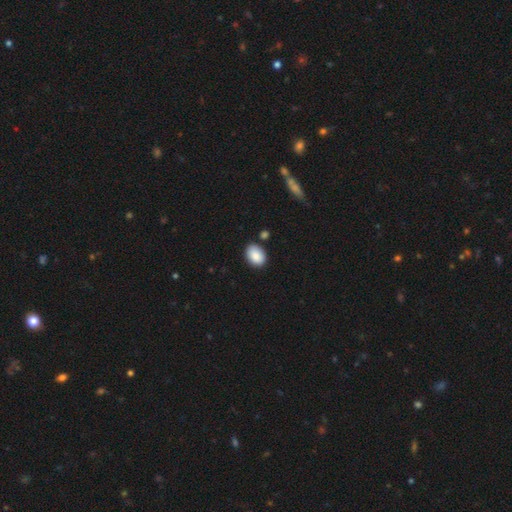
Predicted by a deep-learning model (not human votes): smooth_or_featured: smooth (p=0.88) [alt: star or artifact p=0.07]
how_rounded: in between (p=0.80) [alt: round p=0.19]
merging: none (p=0.82) [alt: minor disturbance p=0.11]